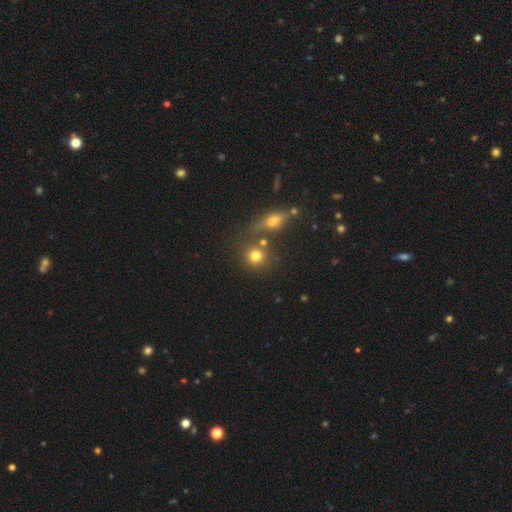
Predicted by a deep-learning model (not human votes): Smooth or featured? Predicted: smooth (p=0.75). How rounded? Predicted: round (p=0.86). Merging? Predicted: none (p=0.64).